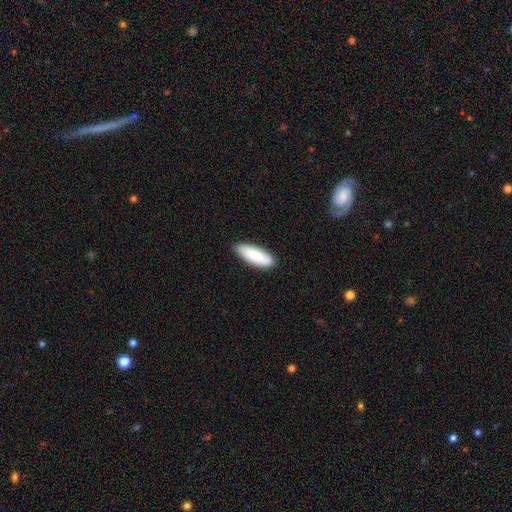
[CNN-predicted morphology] Smooth or featured?
  - smooth: 78% *
  - featured or disk: 16%
  - star or artifact: 5%
How rounded?
  - in between: 61% *
  - cigar-shaped: 37%
  - round: 2%
Merging?
  - none: 84% *
  - minor disturbance: 13%
  - major disturbance: 2%
  - merger: 1%